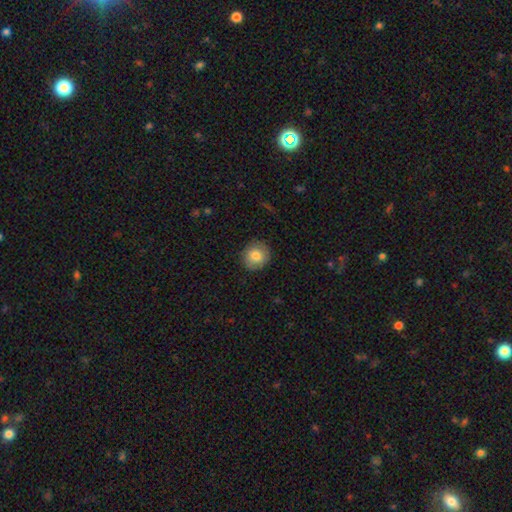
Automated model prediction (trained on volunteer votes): A smooth galaxy with no disk features (82%) that is round (87%). Merging: none (88%).